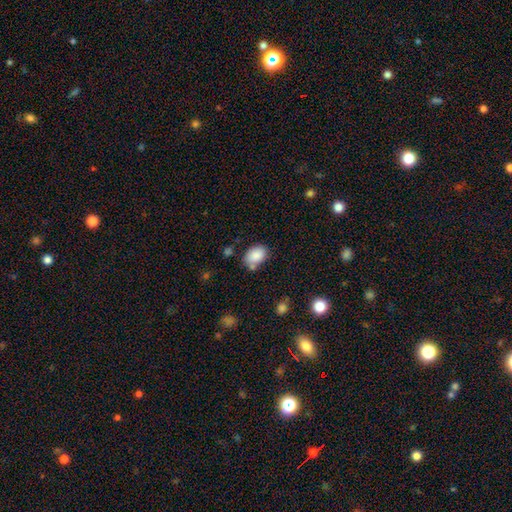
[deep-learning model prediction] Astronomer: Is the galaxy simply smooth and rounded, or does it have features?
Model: smooth — 87%.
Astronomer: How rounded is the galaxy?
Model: in between — 81%.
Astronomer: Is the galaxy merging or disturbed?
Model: none — 65%.